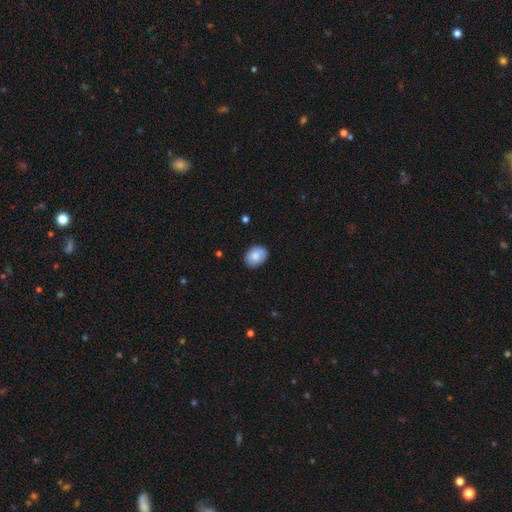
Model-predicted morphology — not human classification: Q: Smooth or featured?
A: smooth (83%); runner-up: featured or disk (10%)
Q: How rounded?
A: in between (69%); runner-up: round (30%)
Q: Merging?
A: none (84%); runner-up: minor disturbance (13%)